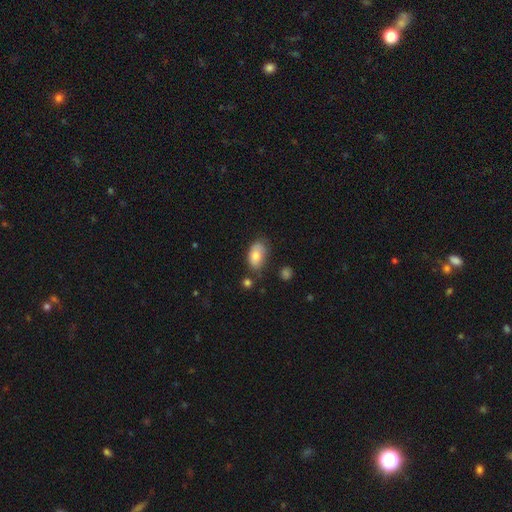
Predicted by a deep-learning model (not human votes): This is likely a smooth galaxy (76%). How rounded: clearly in between (91%). Merging: possibly none (54%).